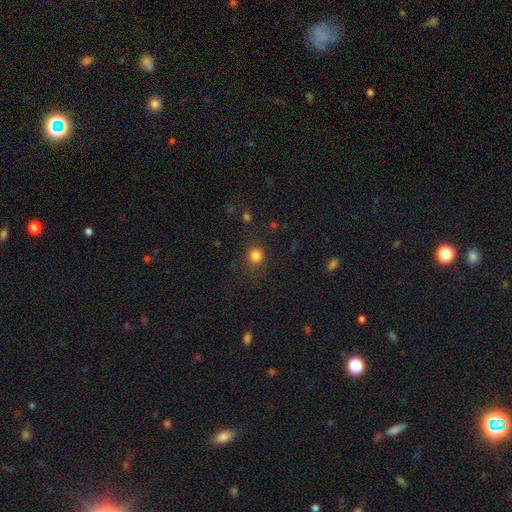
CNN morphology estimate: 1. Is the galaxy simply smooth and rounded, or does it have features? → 81% smooth, 14% star or artifact, 5% featured or disk.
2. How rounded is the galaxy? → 85% round, 14% in between, 1% cigar-shaped.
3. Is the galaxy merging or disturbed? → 82% none, 11% minor disturbance, 5% major disturbance, 2% merger.